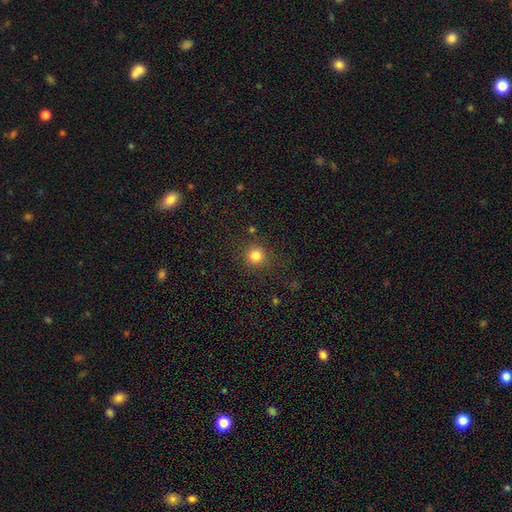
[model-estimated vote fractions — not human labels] A smooth galaxy with no disk features (81%) that is round (94%). Merging: none (86%).